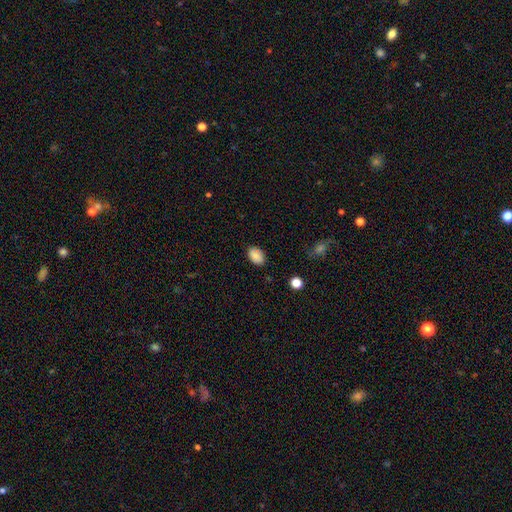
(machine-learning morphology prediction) type=smooth (86%); roundness=in between (86%); merging=none (83%).